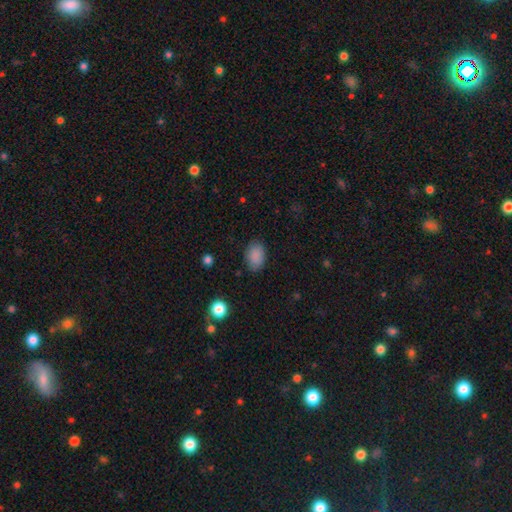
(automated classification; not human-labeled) Smooth or featured? smooth (88%)
How rounded? in between (84%)
Merging? none (84%)